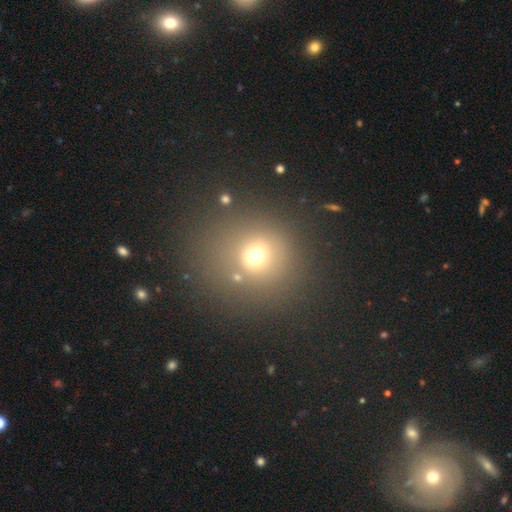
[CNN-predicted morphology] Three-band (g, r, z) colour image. It shows a smooth galaxy with no disk features (67%) that is round (88%). Merging: none (78%).